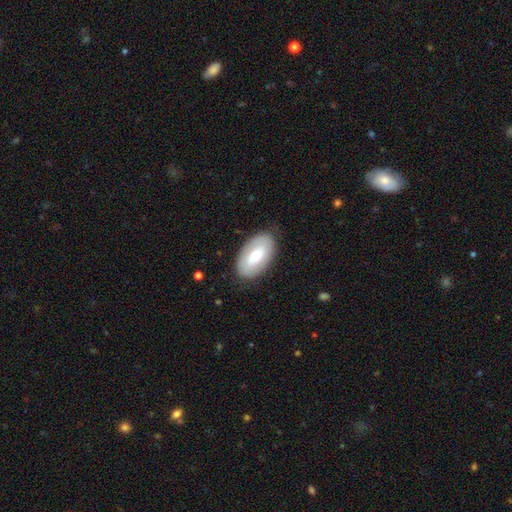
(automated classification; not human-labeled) Q: Smooth or featured?
A: smooth (55%); runner-up: featured or disk (39%)
Q: How rounded?
A: in between (94%); runner-up: round (5%)
Q: Merging?
A: none (83%); runner-up: minor disturbance (12%)